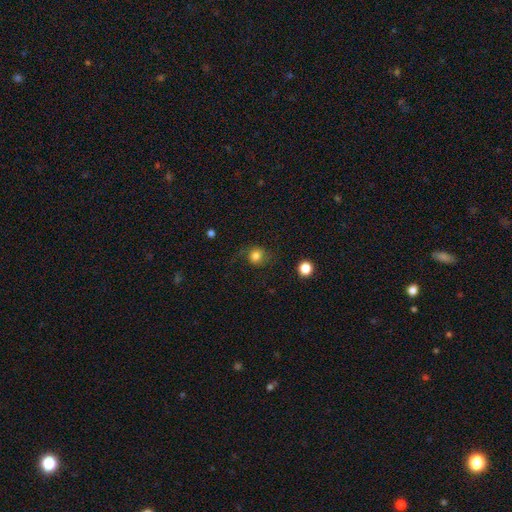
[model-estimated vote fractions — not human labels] Smooth or featured?
  - smooth: 77% *
  - star or artifact: 11%
  - featured or disk: 11%
How rounded?
  - round: 82% *
  - in between: 17%
  - cigar-shaped: 1%
Merging?
  - none: 65% *
  - minor disturbance: 20%
  - major disturbance: 14%
  - merger: 2%